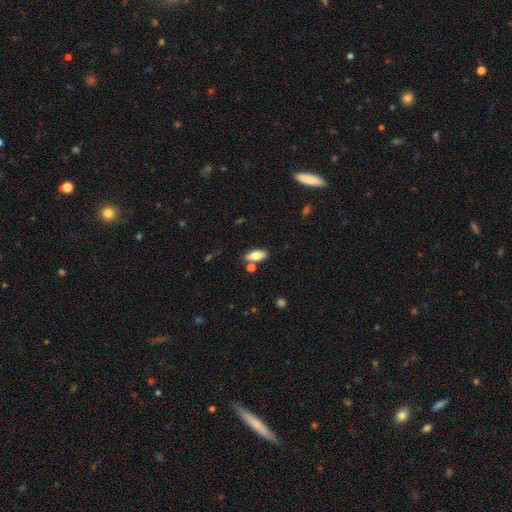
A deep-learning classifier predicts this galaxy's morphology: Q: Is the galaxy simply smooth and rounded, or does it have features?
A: smooth — 75%.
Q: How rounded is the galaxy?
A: in between — 79%.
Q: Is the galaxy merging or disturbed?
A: none — 76%.